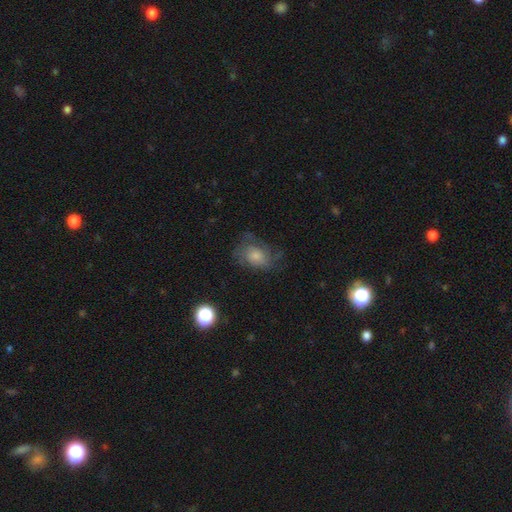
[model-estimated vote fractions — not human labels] A smooth galaxy with no disk features (44%).

Vote fractions:
- Smooth or featured? smooth: 44% / featured or disk: 40% / star or artifact: 16%
- Merging? none: 61% / minor disturbance: 23% / major disturbance: 15% / merger: 2%